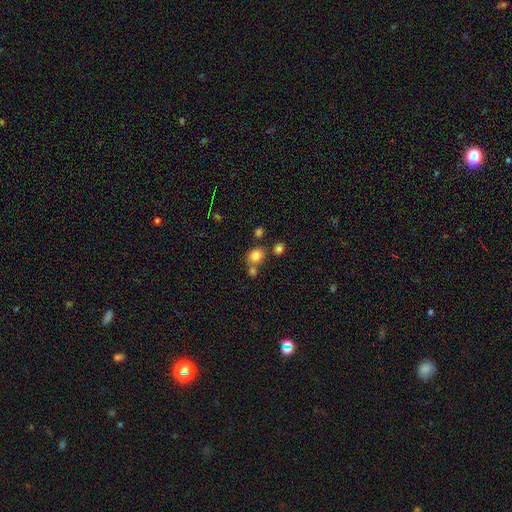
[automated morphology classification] This is clearly a smooth galaxy (81%). How rounded: likely round (71%). Merging: likely none (61%).